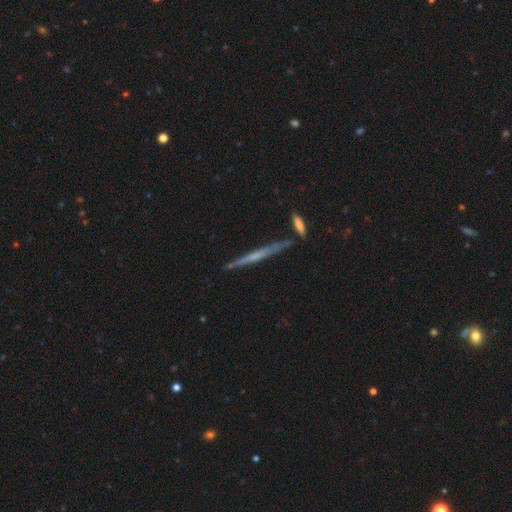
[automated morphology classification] Smooth or featured? Predicted: featured or disk (p=0.62). Edge-on disk? Predicted: yes (p=0.96). Edge-on bulge? Predicted: none (p=0.65). Merging? Predicted: none (p=0.82).